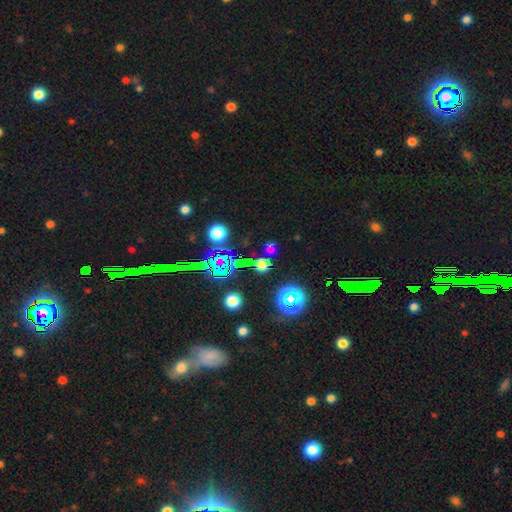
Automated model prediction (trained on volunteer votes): smooth_or_featured: star or artifact (p=0.65) [alt: smooth p=0.23]